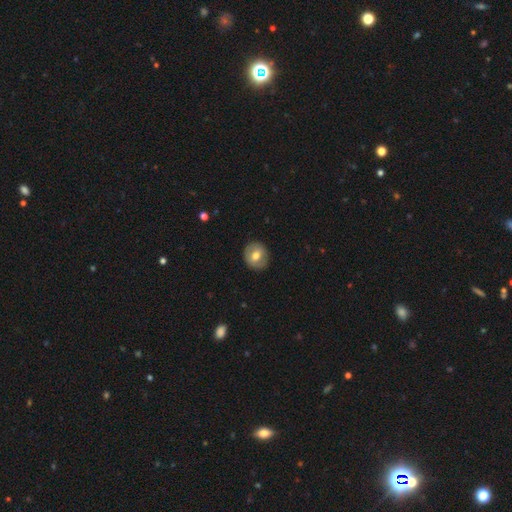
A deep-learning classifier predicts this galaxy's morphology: type=smooth (63%); roundness=round (81%); merging=none (88%).